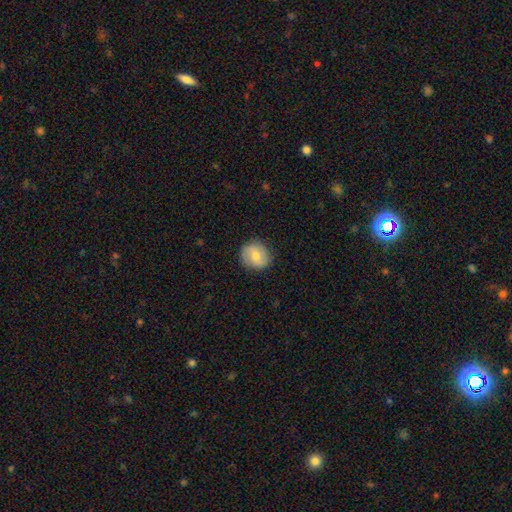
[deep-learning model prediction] The model was most divided on "smooth or featured": smooth: 67%, featured or disk: 25%, star or artifact: 7%. More confident: how rounded — round (86%); merging — none (85%).